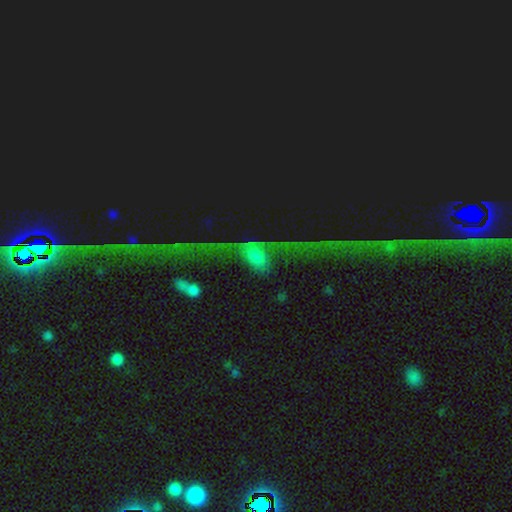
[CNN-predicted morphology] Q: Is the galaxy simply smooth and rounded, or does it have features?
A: featured or disk — 43%.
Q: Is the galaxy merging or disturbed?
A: major disturbance — 40%.